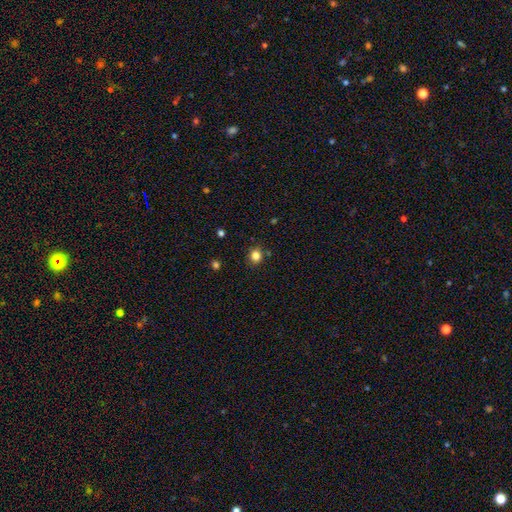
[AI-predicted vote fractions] smooth-or-featured: smooth: 82% | star or artifact: 13% | featured or disk: 5%
  how-rounded: round: 83% | in between: 17% | cigar-shaped: 1%
  merging: none: 87% | minor disturbance: 9% | merger: 2% | major disturbance: 2%